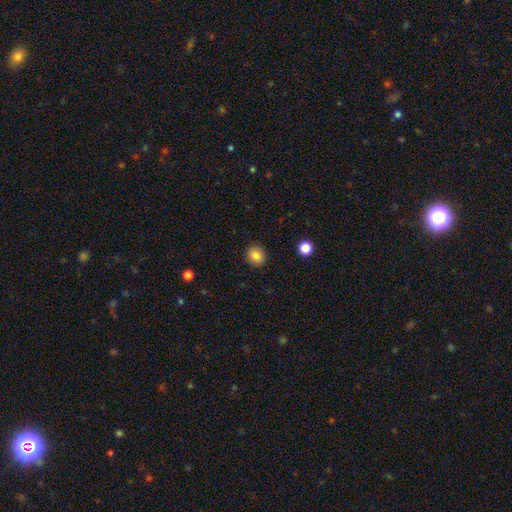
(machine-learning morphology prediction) The model was most divided on "how rounded": round: 74%, in between: 25%, cigar-shaped: 1%. More confident: merging — none (90%); smooth or featured — smooth (85%).